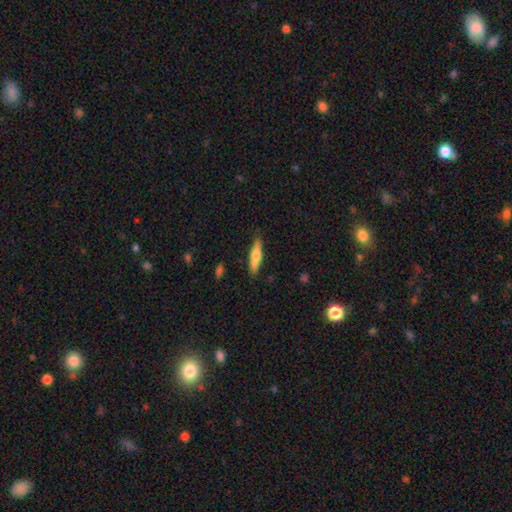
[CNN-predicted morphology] A smooth galaxy with no disk features (60%) that is cigar-shaped (75%).

Vote fractions:
- Smooth or featured? smooth: 60% / featured or disk: 34% / star or artifact: 6%
- How rounded? cigar-shaped: 75% / in between: 23% / round: 2%
- Merging? none: 87% / minor disturbance: 10% / major disturbance: 2% / merger: 1%